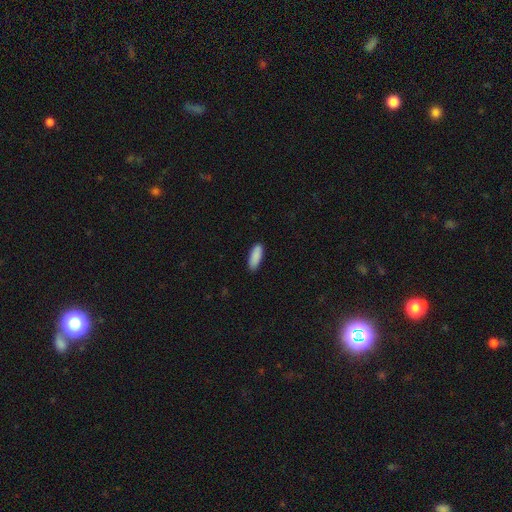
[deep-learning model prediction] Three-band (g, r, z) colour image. It shows a smooth galaxy with no disk features (90%) that is in between round and cigar-shaped (67%). Merging: none (89%).